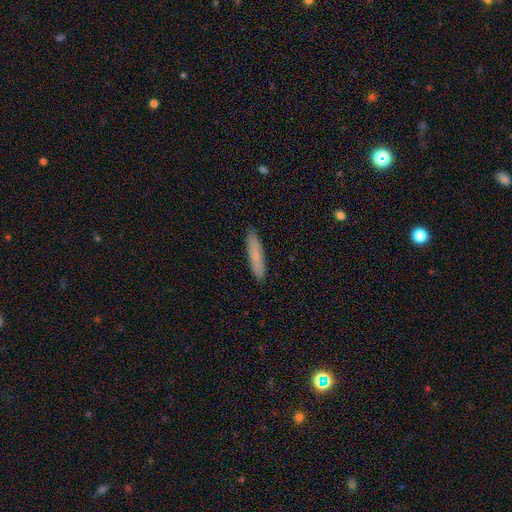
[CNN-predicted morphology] A smooth galaxy with no disk features (77%) that is cigar-shaped (90%). Merging: none (89%).